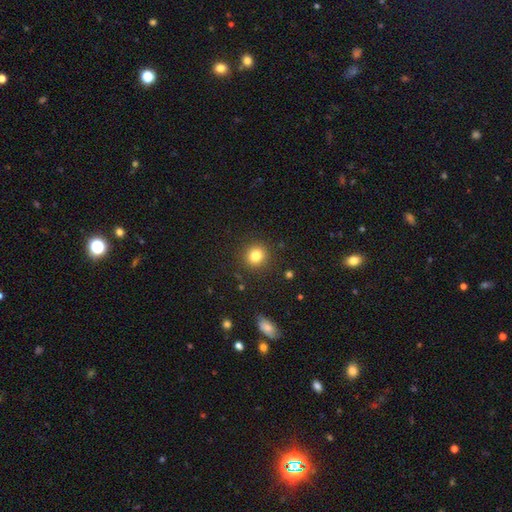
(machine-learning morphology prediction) Overall: smooth (82%). How rounded: round (88%). Merging: none (90%).